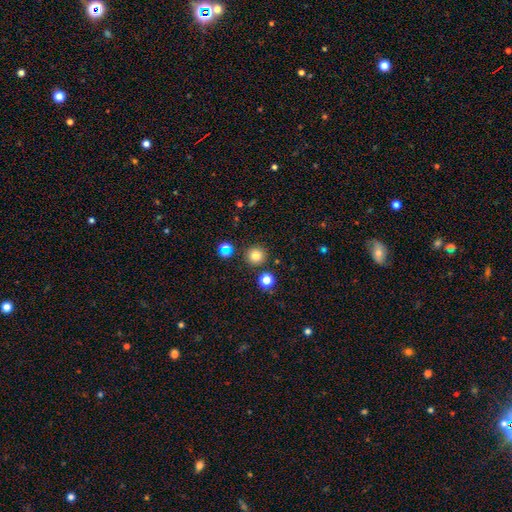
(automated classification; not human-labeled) smooth_or_featured: smooth (p=0.80) [alt: star or artifact p=0.15]
how_rounded: round (p=0.94) [alt: in between p=0.05]
merging: none (p=0.87) [alt: minor disturbance p=0.06]